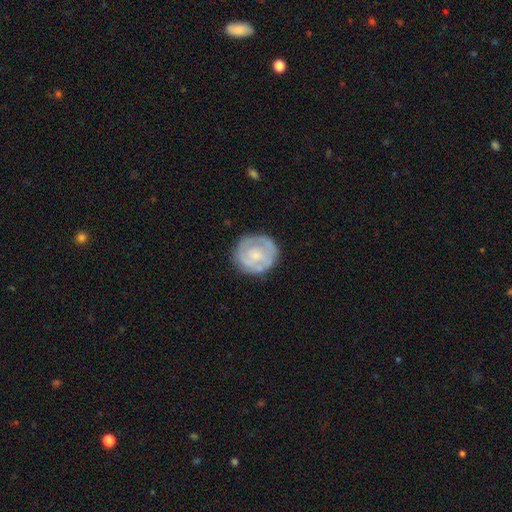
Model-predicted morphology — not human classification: Q: Smooth or featured?
A: featured or disk (60%); runner-up: smooth (35%)
Q: Edge-on disk?
A: no (98%); runner-up: yes (2%)
Q: Bar?
A: no (77%); runner-up: weak (19%)
Q: Spiral arms?
A: yes (61%); runner-up: no (39%)
Q: Bulge size?
A: small (51%); runner-up: moderate (32%)
Q: Merging?
A: none (76%); runner-up: minor disturbance (16%)